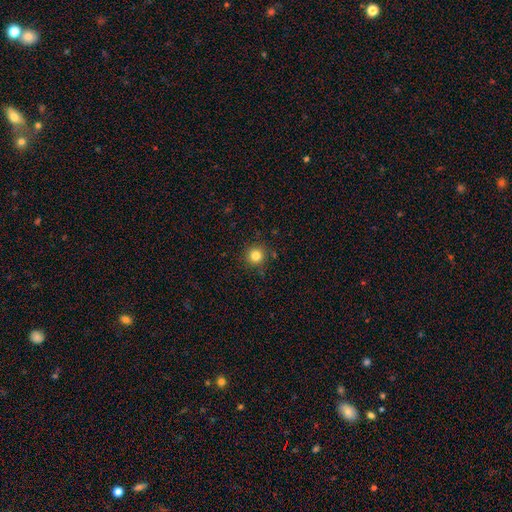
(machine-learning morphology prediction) This appears to be a smooth galaxy with no disk features (83%) that is round (95%). Merging: none (89%).